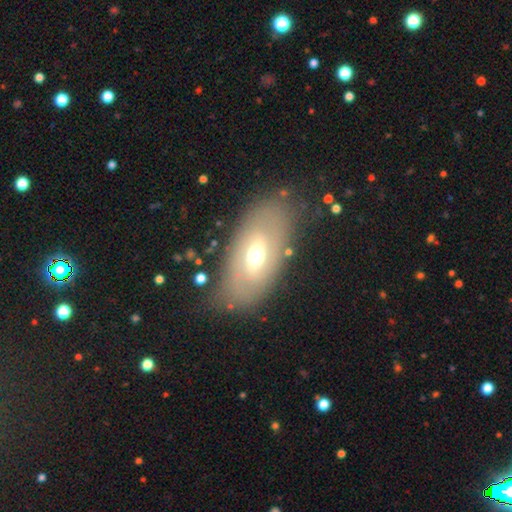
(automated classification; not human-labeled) smooth_or_featured: smooth (p=0.47) [alt: featured or disk p=0.44]
merging: none (p=0.78) [alt: minor disturbance p=0.13]